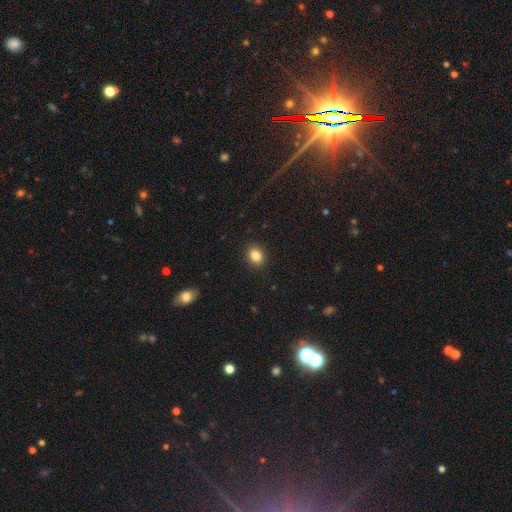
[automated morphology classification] The model was most divided on "how rounded": round: 60%, in between: 39%, cigar-shaped: 1%. More confident: merging — none (91%); smooth or featured — smooth (85%).